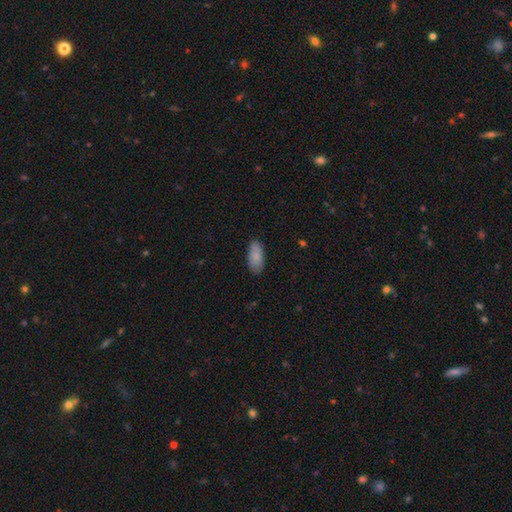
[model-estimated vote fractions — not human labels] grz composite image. It shows a smooth galaxy with no disk features (84%) that is in between round and cigar-shaped (91%). Merging: none (84%).